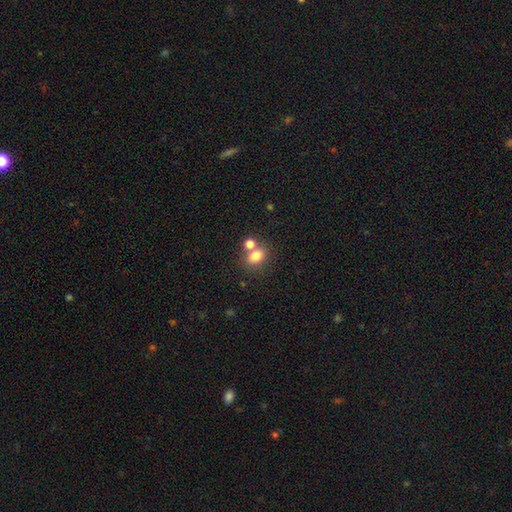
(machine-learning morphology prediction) Smooth or featured: smooth — 79% (star or artifact — 12%)
How rounded: in between — 60% (round — 38%)
Merging: none — 52% (merger — 34%)